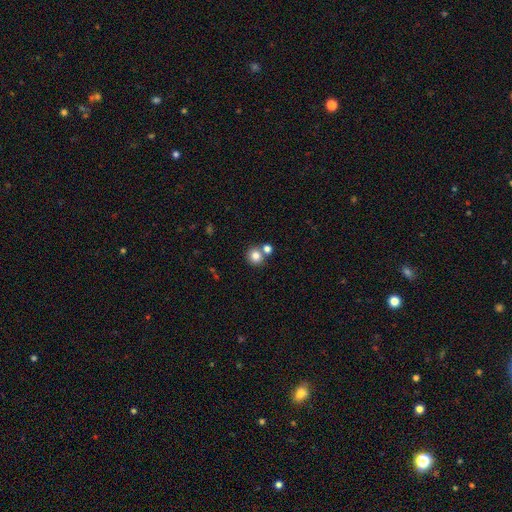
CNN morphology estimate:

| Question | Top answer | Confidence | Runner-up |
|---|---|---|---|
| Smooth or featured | smooth | 82% | star or artifact (11%) |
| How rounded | round | 89% | in between (10%) |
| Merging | none | 63% | merger (27%) |